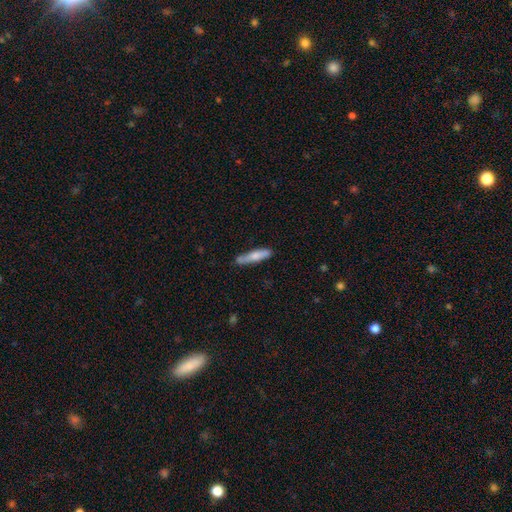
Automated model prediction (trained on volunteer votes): A smooth galaxy with no disk features (70%) that is cigar-shaped (85%).

Vote fractions:
- Smooth or featured? smooth: 70% / featured or disk: 25% / star or artifact: 6%
- How rounded? cigar-shaped: 85% / in between: 14% / round: 1%
- Merging? none: 71% / minor disturbance: 20% / merger: 6% / major disturbance: 3%